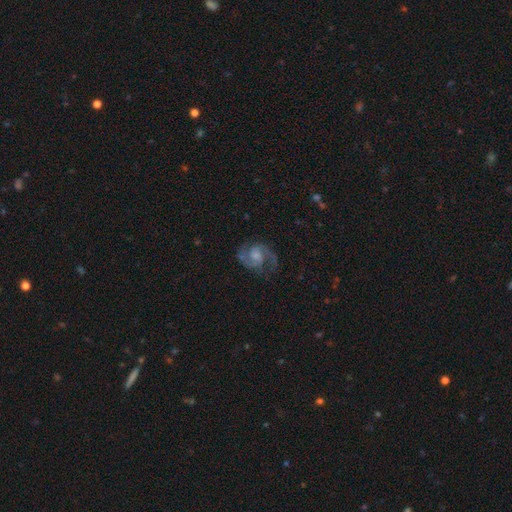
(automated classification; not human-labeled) The model was most divided on "bulge size": moderate: 34%, small: 27%, none: 25%, large: 13%, dominant: 2%. More confident: edge-on disk — no (98%); spiral arms — yes (96%); spiral arm count — 2 (90%); smooth or featured — featured or disk (84%); merging — none (71%); spiral winding — medium (59%); bar — no (55%).